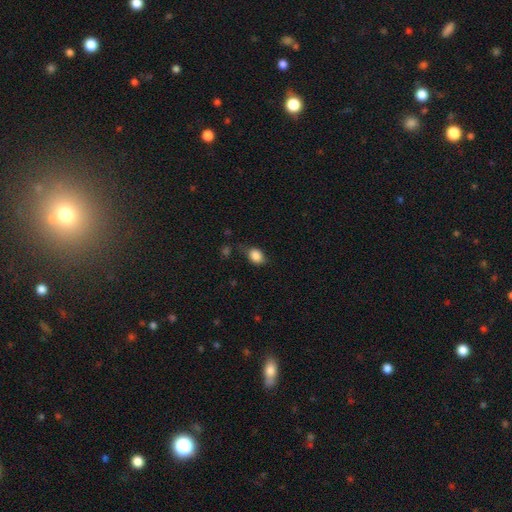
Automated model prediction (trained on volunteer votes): Smooth or featured?
  - smooth: 86% *
  - star or artifact: 9%
  - featured or disk: 5%
How rounded?
  - in between: 69% *
  - round: 30%
  - cigar-shaped: 1%
Merging?
  - none: 64% *
  - minor disturbance: 26%
  - major disturbance: 7%
  - merger: 3%